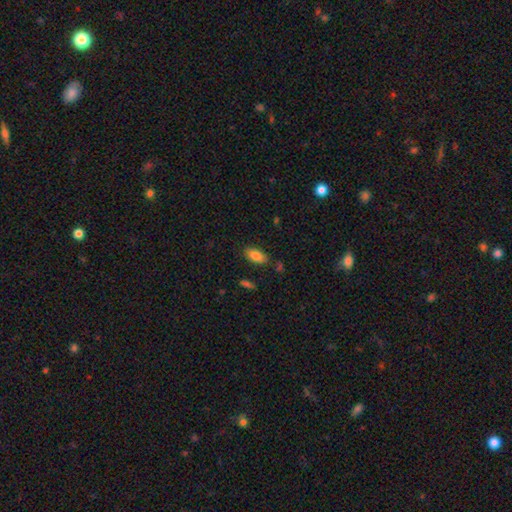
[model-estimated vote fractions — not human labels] Smooth or featured: smooth — 86% (star or artifact — 8%)
How rounded: in between — 91% (cigar-shaped — 6%)
Merging: none — 79% (minor disturbance — 13%)